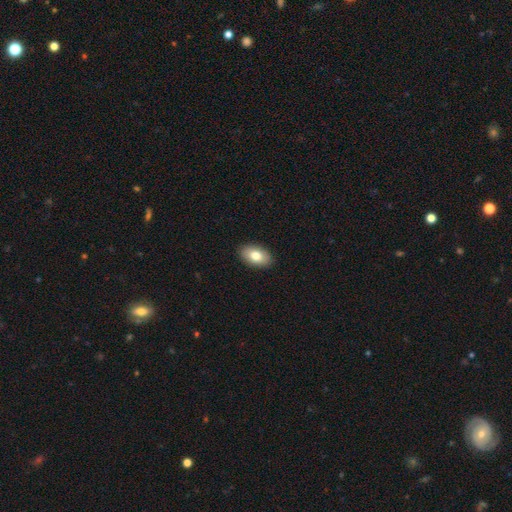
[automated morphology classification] type=smooth (79%); roundness=in between (92%); merging=none (90%).